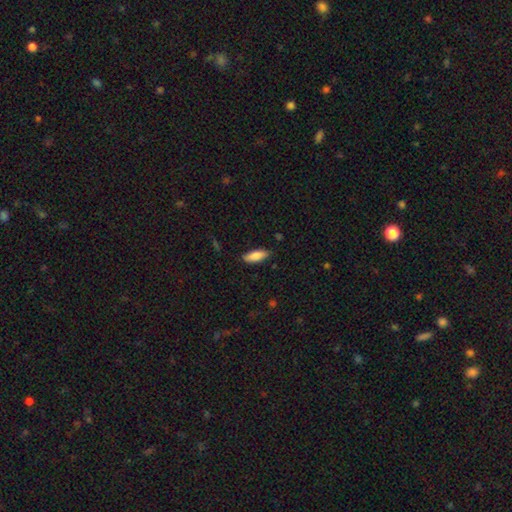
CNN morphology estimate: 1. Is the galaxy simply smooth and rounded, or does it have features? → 87% smooth, 7% featured or disk, 6% star or artifact.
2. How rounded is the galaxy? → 74% in between, 24% cigar-shaped, 2% round.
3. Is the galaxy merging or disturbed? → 83% none, 13% minor disturbance, 2% major disturbance, 1% merger.